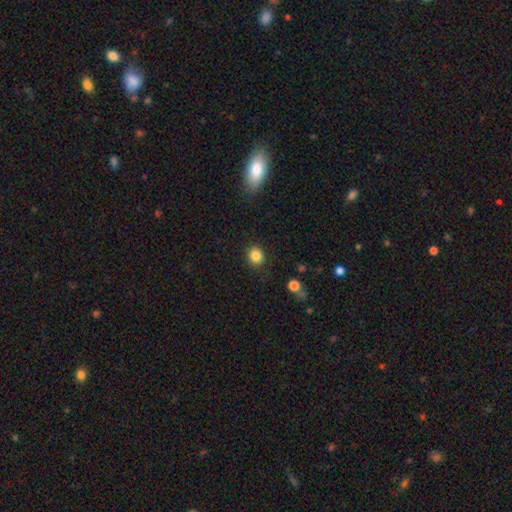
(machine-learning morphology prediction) Smooth or featured? Predicted: smooth (p=0.85). How rounded? Predicted: round (p=0.75). Merging? Predicted: none (p=0.87).